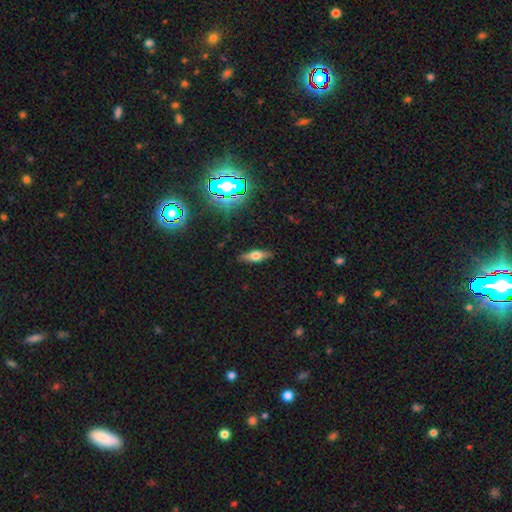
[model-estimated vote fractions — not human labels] Morphology: type=smooth (49%); merging=none (87%).